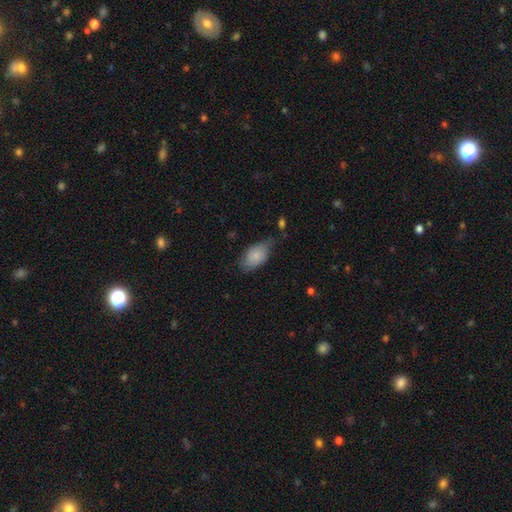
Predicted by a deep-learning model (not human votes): A smooth galaxy with no disk features (77%) that is in between round and cigar-shaped (91%). Merging: none (50%).